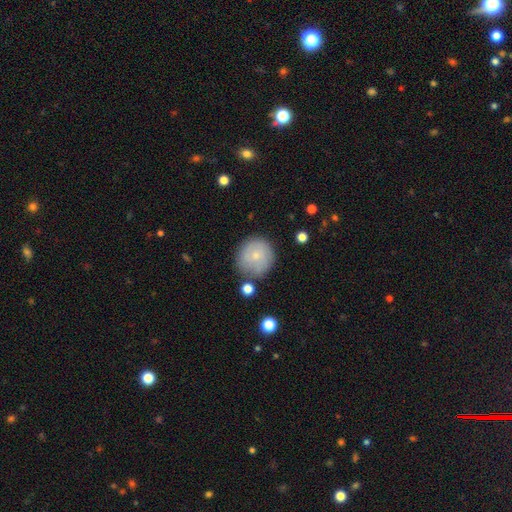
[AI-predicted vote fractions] The model was most divided on "smooth or featured": smooth: 71%, featured or disk: 21%, star or artifact: 8%. More confident: how rounded — round (94%); merging — none (74%).